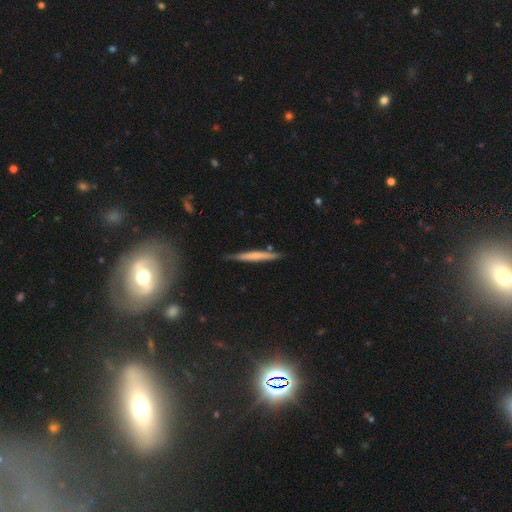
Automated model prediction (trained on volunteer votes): A smooth galaxy with no disk features (54%) that is cigar-shaped (96%). Merging: none (81%).